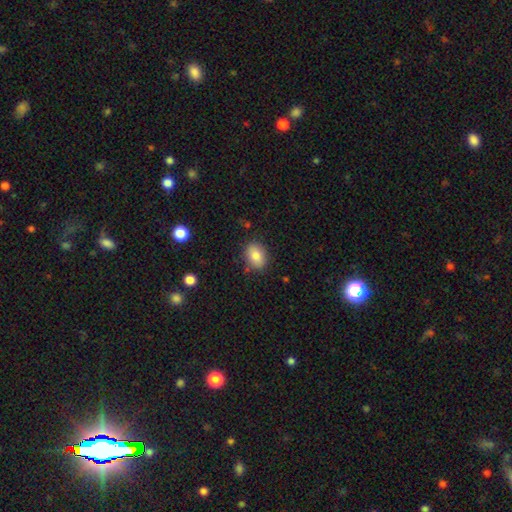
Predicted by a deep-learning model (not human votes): This appears to be a smooth galaxy with no disk features (82%) that is in between round and cigar-shaped (67%). Merging: none (83%).